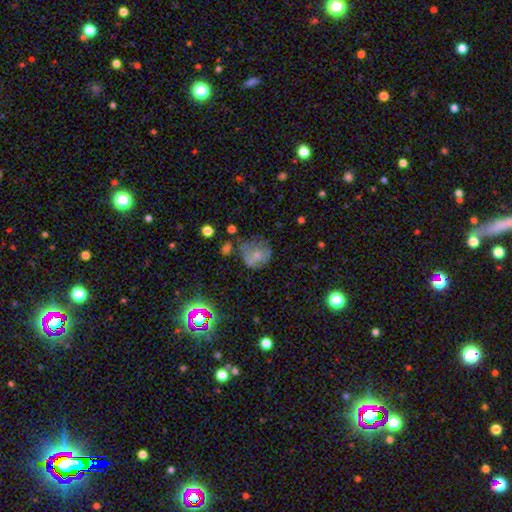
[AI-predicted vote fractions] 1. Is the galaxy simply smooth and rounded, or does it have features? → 57% smooth, 30% featured or disk, 13% star or artifact.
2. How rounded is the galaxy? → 75% round, 24% in between, 1% cigar-shaped.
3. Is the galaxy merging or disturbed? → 42% none, 28% minor disturbance, 23% major disturbance, 6% merger.